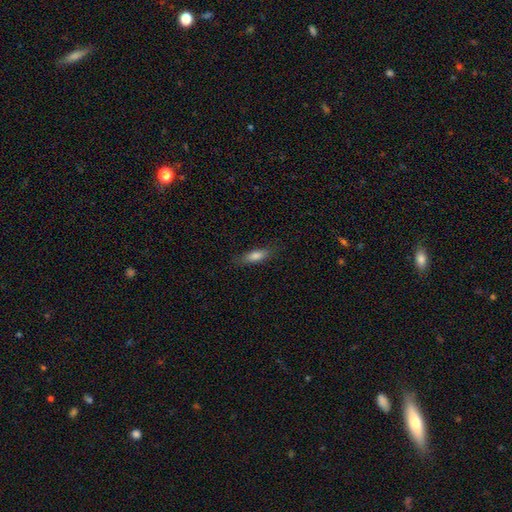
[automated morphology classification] A smooth galaxy with no disk features (74%) that is cigar-shaped (56%). Merging: none (82%).